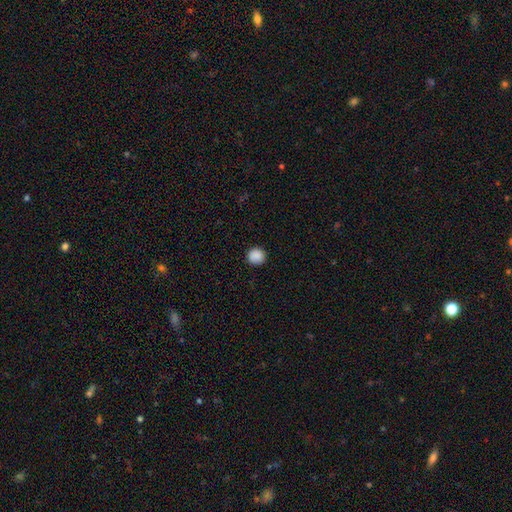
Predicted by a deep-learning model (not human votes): Overall: smooth (88%). How rounded: round (93%). Merging: none (90%).